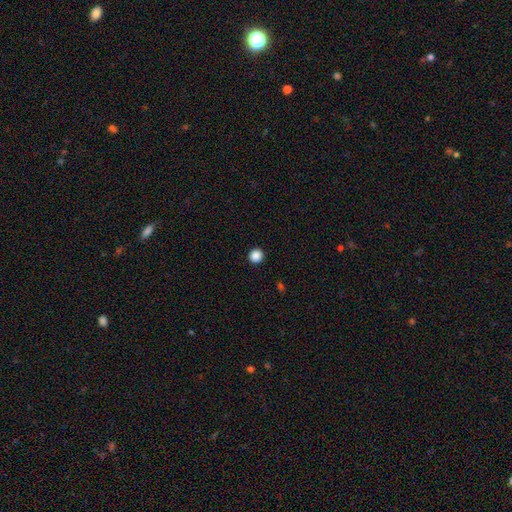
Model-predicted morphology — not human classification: A smooth galaxy with no disk features (88%) that is round (95%). Merging: none (94%).